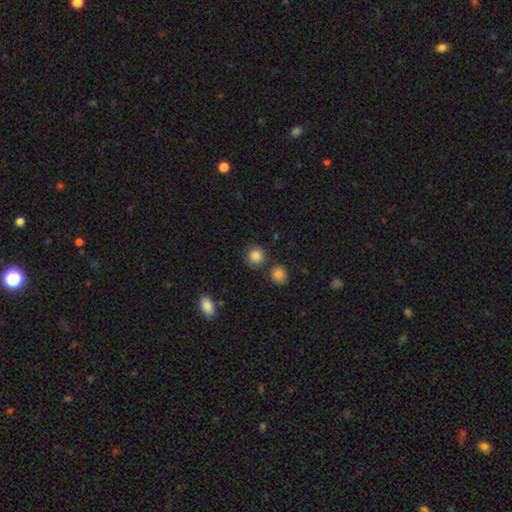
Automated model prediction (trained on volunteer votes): Smooth or featured?
  - smooth: 86% *
  - star or artifact: 10%
  - featured or disk: 5%
How rounded?
  - round: 91% *
  - in between: 8%
  - cigar-shaped: 1%
Merging?
  - none: 80% *
  - minor disturbance: 9%
  - merger: 8%
  - major disturbance: 3%